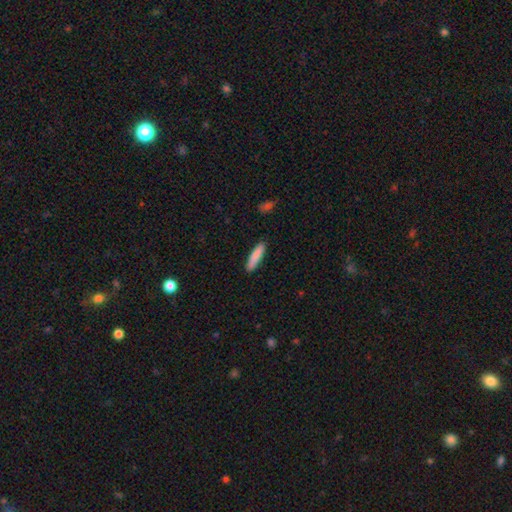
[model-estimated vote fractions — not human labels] Smooth or featured? Predicted: smooth (p=0.85). How rounded? Predicted: cigar-shaped (p=0.82). Merging? Predicted: none (p=0.89).